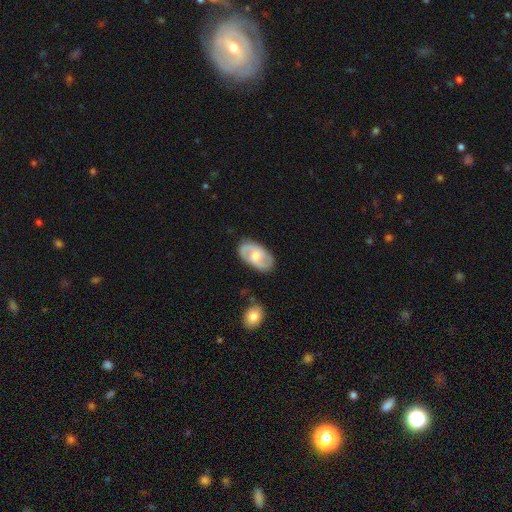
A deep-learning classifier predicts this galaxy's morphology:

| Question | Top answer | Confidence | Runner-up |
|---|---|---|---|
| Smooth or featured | featured or disk | 72% | smooth (23%) |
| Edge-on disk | no | 96% | yes (4%) |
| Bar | no | 50% | weak (41%) |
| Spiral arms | yes | 88% | no (12%) |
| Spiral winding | medium | 51% | tight (28%) |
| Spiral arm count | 2 | 85% | can't tell (9%) |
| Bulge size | moderate | 60% | small (29%) |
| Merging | none | 81% | minor disturbance (13%) |